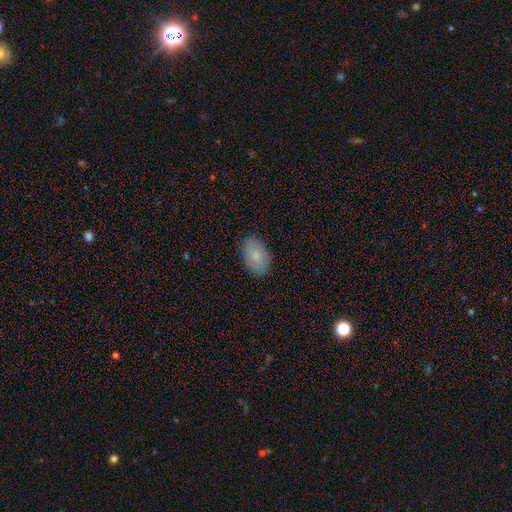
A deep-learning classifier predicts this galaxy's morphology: smooth_or_featured: smooth (p=0.80) [alt: featured or disk p=0.14]
how_rounded: in between (p=0.92) [alt: round p=0.07]
merging: none (p=0.87) [alt: minor disturbance p=0.10]